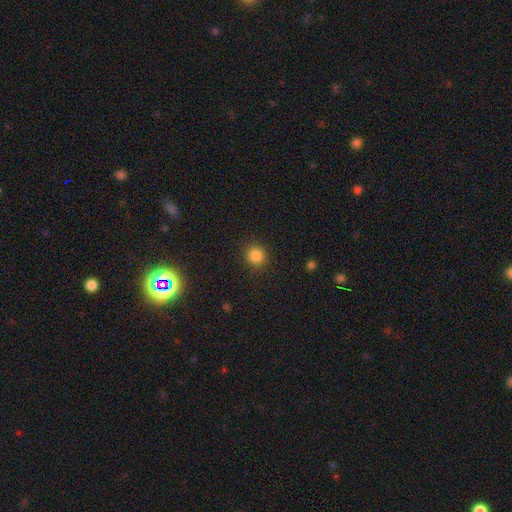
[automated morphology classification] smooth_or_featured: smooth (p=0.85) [alt: star or artifact p=0.11]
how_rounded: round (p=0.88) [alt: in between p=0.11]
merging: none (p=0.89) [alt: minor disturbance p=0.07]